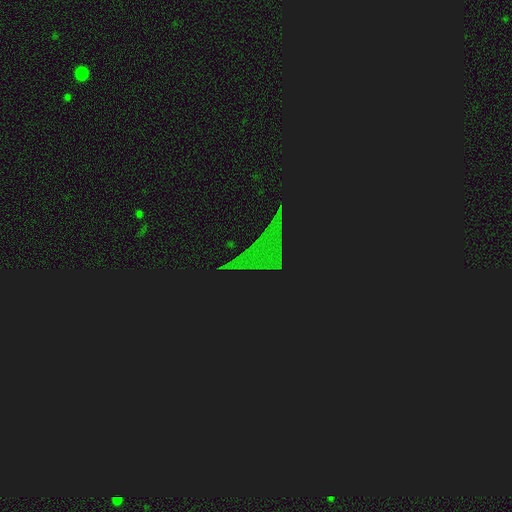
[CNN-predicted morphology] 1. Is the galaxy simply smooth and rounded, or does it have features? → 77% star or artifact, 13% smooth, 10% featured or disk.